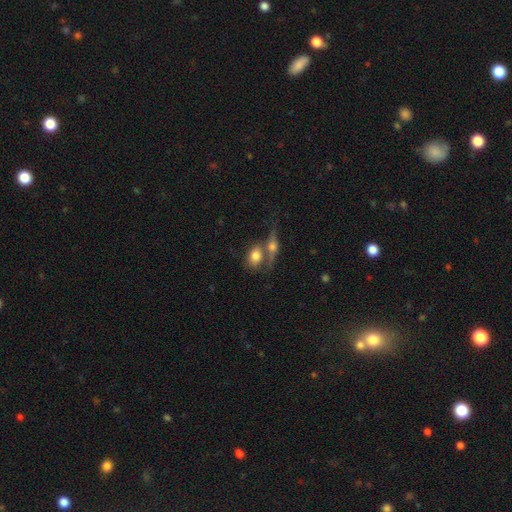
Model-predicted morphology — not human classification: smooth-or-featured: smooth: 72% | featured or disk: 20% | star or artifact: 8%
  how-rounded: in between: 68% | round: 27% | cigar-shaped: 5%
  merging: merger: 43% | none: 41% | minor disturbance: 11% | major disturbance: 5%